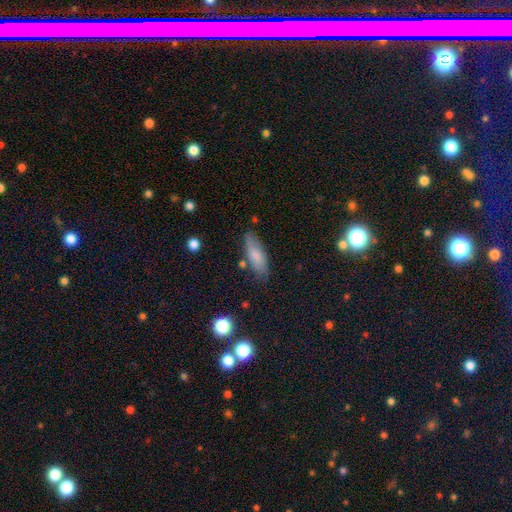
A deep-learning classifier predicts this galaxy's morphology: type=smooth (76%); roundness=in between (62%); merging=none (75%).